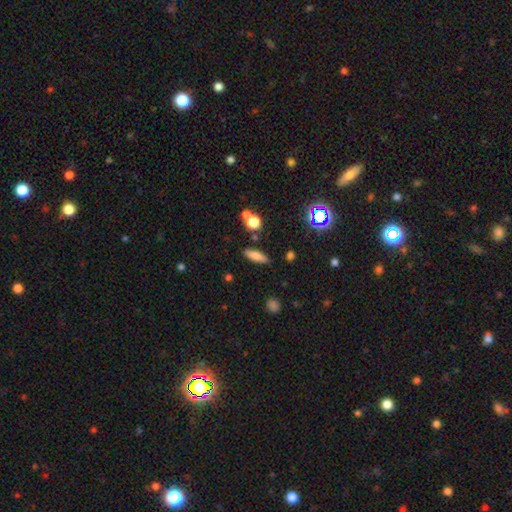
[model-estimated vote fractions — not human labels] Smooth or featured? Predicted: smooth (p=0.72). How rounded? Predicted: cigar-shaped (p=0.52). Merging? Predicted: none (p=0.82).